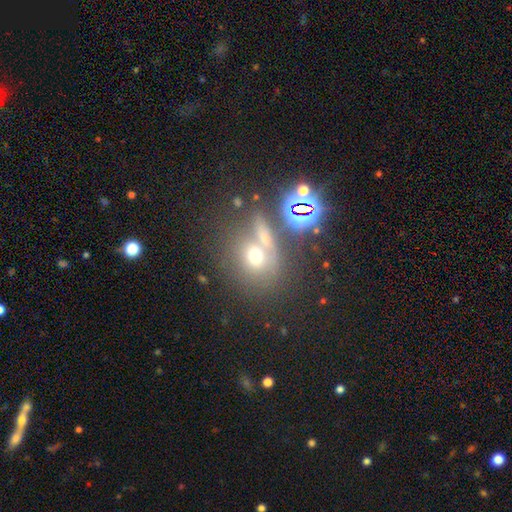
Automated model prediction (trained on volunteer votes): This appears to be a smooth galaxy with no disk features (56%) that is round (72%). Merging: none (47%).